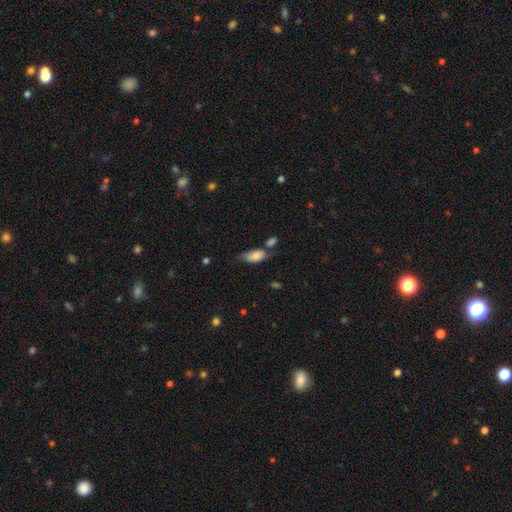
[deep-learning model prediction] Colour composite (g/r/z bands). It shows a smooth galaxy with no disk features (75%) that is in between round and cigar-shaped (86%). Merging: none (44%).